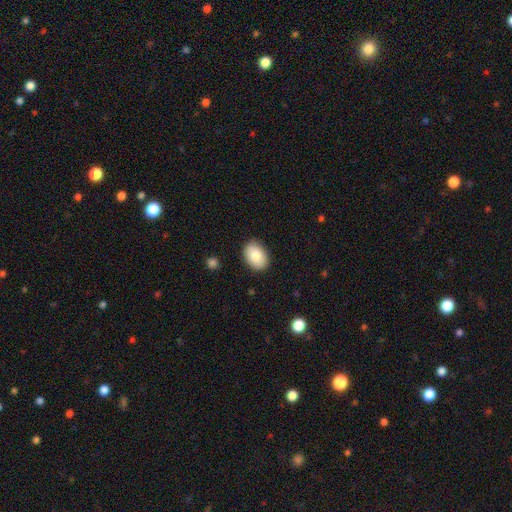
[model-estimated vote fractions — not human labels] A smooth galaxy with no disk features (82%) that is in between round and cigar-shaped (81%). Merging: none (87%).